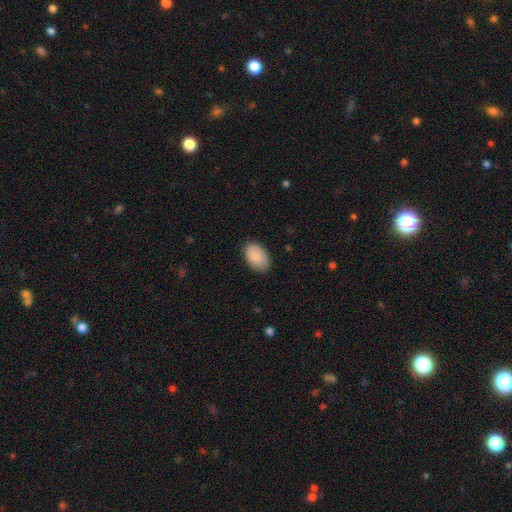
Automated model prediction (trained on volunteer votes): Morphology: type=smooth (90%); roundness=in between (92%); merging=none (86%).